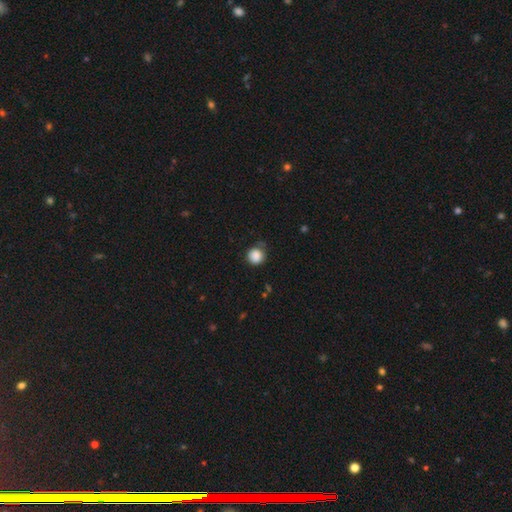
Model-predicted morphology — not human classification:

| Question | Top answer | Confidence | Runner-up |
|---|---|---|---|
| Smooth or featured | smooth | 87% | star or artifact (9%) |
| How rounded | round | 91% | in between (9%) |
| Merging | none | 72% | minor disturbance (20%) |